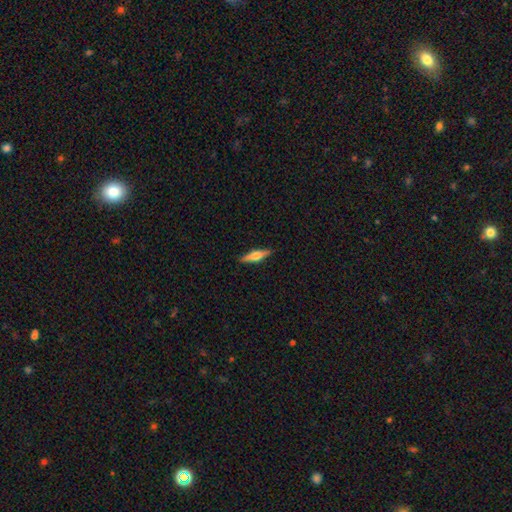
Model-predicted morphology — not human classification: Smooth or featured? Predicted: featured or disk (p=0.55). Edge-on disk? Predicted: yes (p=0.96). Edge-on bulge? Predicted: rounded (p=0.89). Merging? Predicted: none (p=0.89).